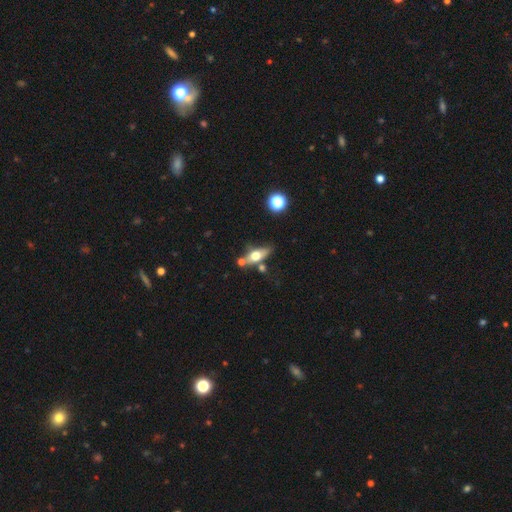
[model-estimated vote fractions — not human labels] Smooth or featured? smooth (52%)
How rounded? in between (63%)
Merging? none (58%)